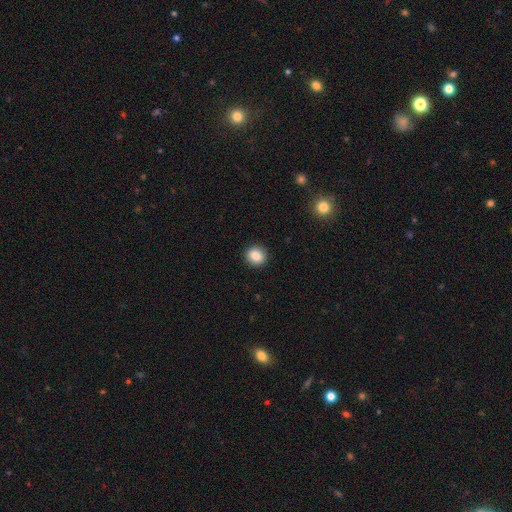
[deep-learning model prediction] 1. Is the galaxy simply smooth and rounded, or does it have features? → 85% smooth, 9% star or artifact, 5% featured or disk.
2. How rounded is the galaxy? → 85% round, 14% in between, 1% cigar-shaped.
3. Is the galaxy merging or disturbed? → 92% none, 5% minor disturbance, 2% major disturbance, 1% merger.